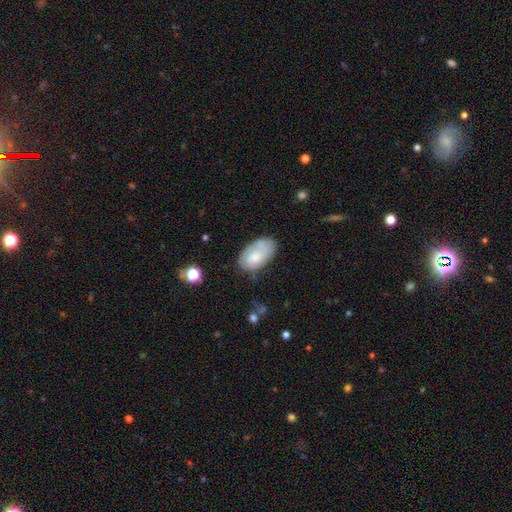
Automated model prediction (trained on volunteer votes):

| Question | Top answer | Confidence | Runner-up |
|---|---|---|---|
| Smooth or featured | smooth | 68% | featured or disk (25%) |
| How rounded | in between | 94% | round (4%) |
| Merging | none | 57% | minor disturbance (28%) |